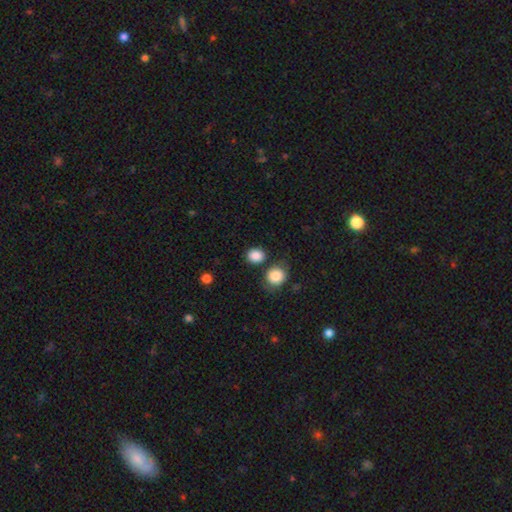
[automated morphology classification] Overall: smooth (87%). How rounded: round (72%). Merging: none (76%).